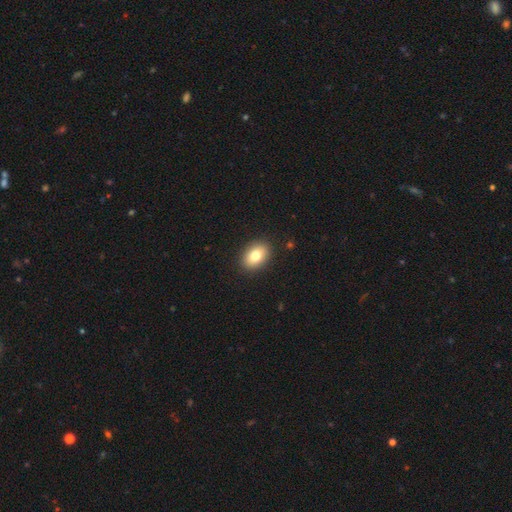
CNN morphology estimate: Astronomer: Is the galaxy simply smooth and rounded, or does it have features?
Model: smooth — 80%.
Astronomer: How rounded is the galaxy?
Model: in between — 80%.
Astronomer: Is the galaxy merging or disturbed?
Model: none — 90%.